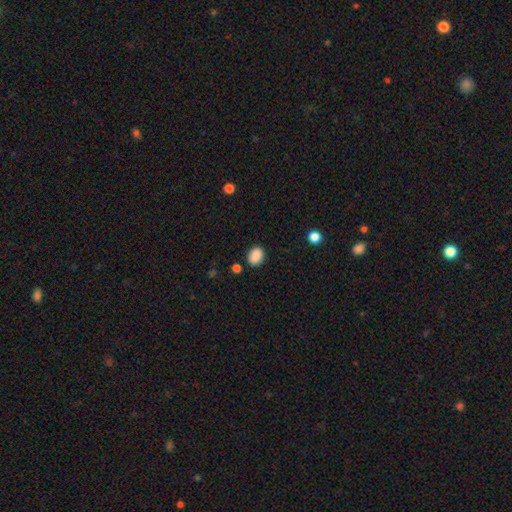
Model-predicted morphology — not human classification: Q: Smooth or featured?
A: smooth (88%); runner-up: star or artifact (9%)
Q: How rounded?
A: in between (56%); runner-up: round (43%)
Q: Merging?
A: none (84%); runner-up: minor disturbance (11%)